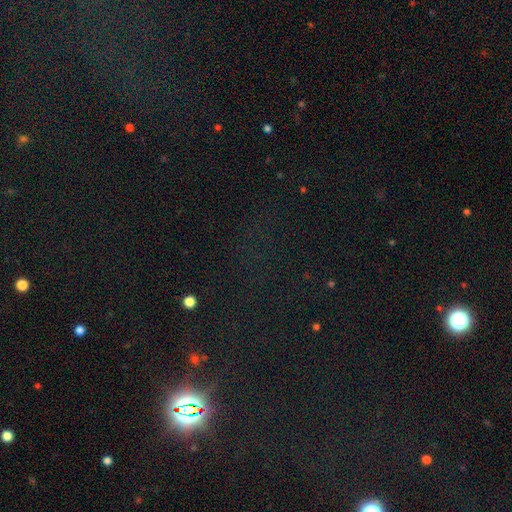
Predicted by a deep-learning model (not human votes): The model was most divided on "smooth or featured": star or artifact: 76%, smooth: 16%, featured or disk: 9%.